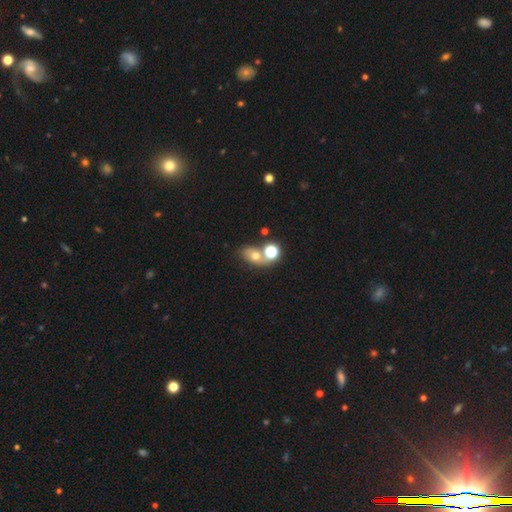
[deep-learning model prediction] A smooth galaxy with no disk features (59%) that is in between round and cigar-shaped (61%). Merging: none (43%).